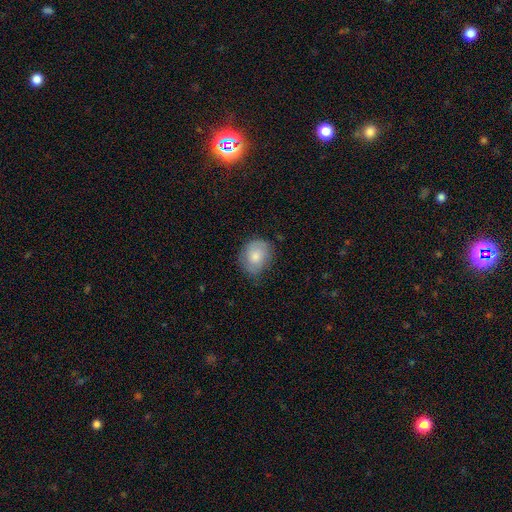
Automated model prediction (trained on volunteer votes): smooth 74%, featured or disk 20%, star or artifact 7%. Down the decision tree: how rounded — round (58%); merging — none (63%).